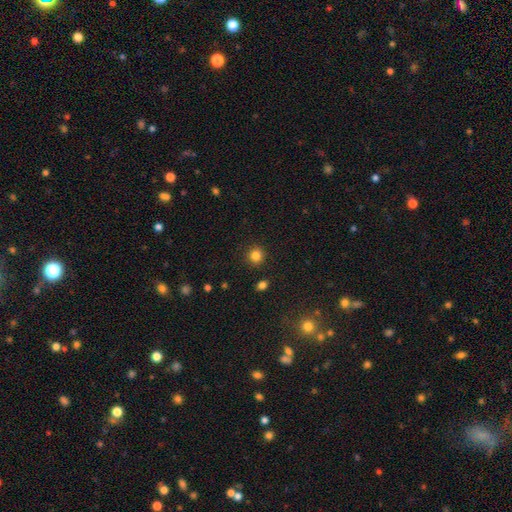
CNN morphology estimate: The model was most divided on "smooth or featured": smooth: 83%, star or artifact: 12%, featured or disk: 5%. More confident: how rounded — round (92%); merging — none (90%).